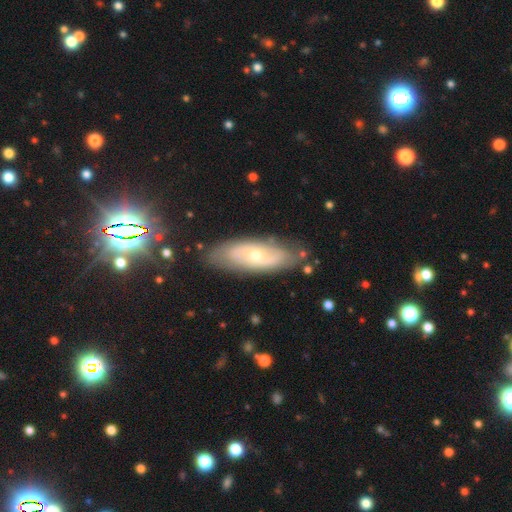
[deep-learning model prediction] This is likely a featured or disk galaxy (62%). It is clearly not viewed edge-on (81%). Bar: likely no (77%). Spiral arm pattern: likely yes (63%). Central bulge: possibly small (55%). Merging: likely none (79%).